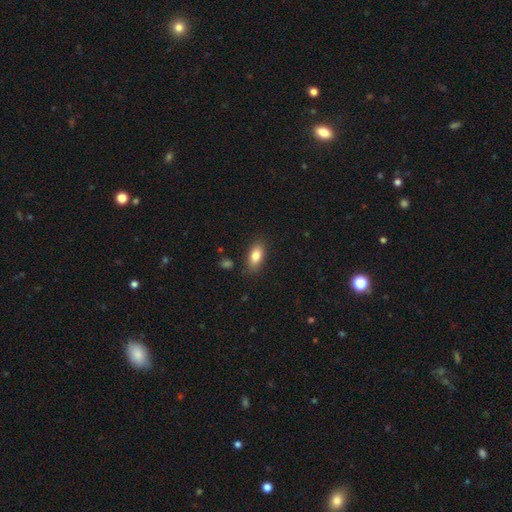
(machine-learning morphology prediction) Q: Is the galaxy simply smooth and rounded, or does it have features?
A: smooth — 83%.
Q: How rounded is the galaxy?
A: in between — 87%.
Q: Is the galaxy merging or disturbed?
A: none — 83%.